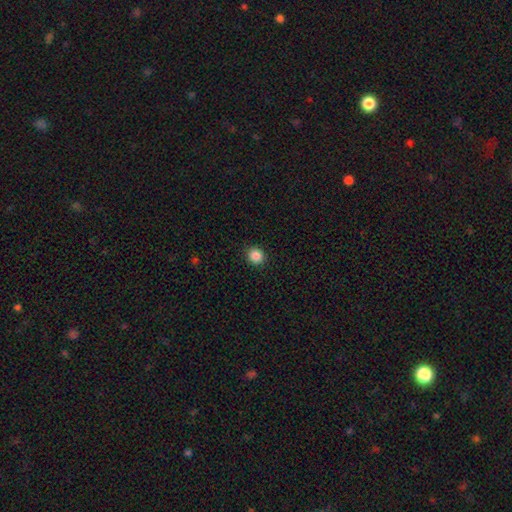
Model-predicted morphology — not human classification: A smooth galaxy with no disk features (87%) that is round (84%).

Vote fractions:
- Smooth or featured? smooth: 87% / star or artifact: 10% / featured or disk: 3%
- How rounded? round: 84% / in between: 15% / cigar-shaped: 1%
- Merging? none: 91% / minor disturbance: 6% / major disturbance: 2% / merger: 1%